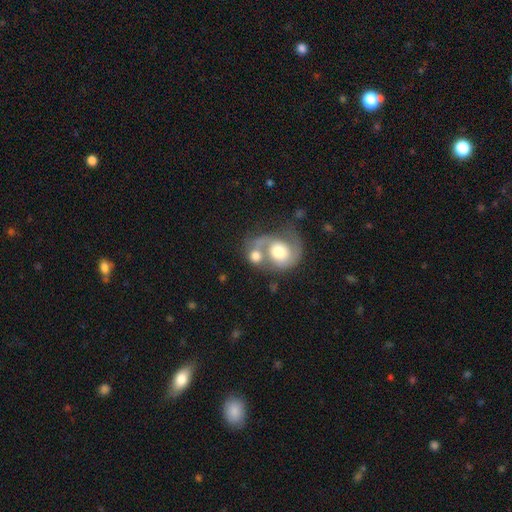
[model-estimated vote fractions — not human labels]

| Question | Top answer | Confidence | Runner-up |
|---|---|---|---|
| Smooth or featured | featured or disk | 53% | smooth (39%) |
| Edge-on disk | no | 97% | yes (3%) |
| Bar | no | 74% | weak (21%) |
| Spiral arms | yes | 75% | no (25%) |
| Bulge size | moderate | 53% | large (29%) |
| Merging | merger | 64% | none (18%) |